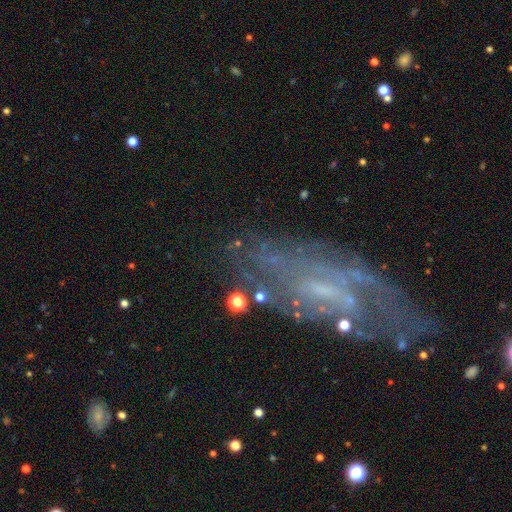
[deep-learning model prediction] smooth-or-featured: featured or disk: 70% | smooth: 18% | star or artifact: 13%
  disk-edge-on: no: 86% | yes: 14%
    bar: no: 44% | weak: 42% | strong: 14%
    has-spiral-arms: yes: 67% | no: 33%
    bulge-size: small: 51% | none: 32% | moderate: 15% | large: 2% | dominant: 1%
  merging: none: 62% | minor disturbance: 21% | major disturbance: 13% | merger: 4%